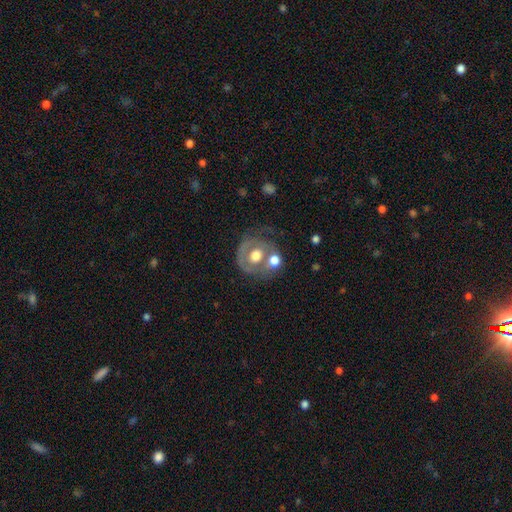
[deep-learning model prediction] Smooth or featured?
  - featured or disk: 48% *
  - smooth: 44%
  - star or artifact: 8%
Merging?
  - none: 41% *
  - merger: 27%
  - minor disturbance: 17%
  - major disturbance: 14%